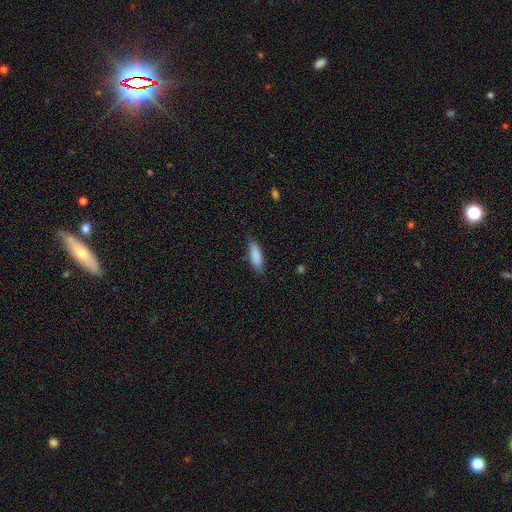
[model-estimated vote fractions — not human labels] This appears to be a smooth galaxy with no disk features (87%) that is in between round and cigar-shaped (56%). Merging: none (77%).